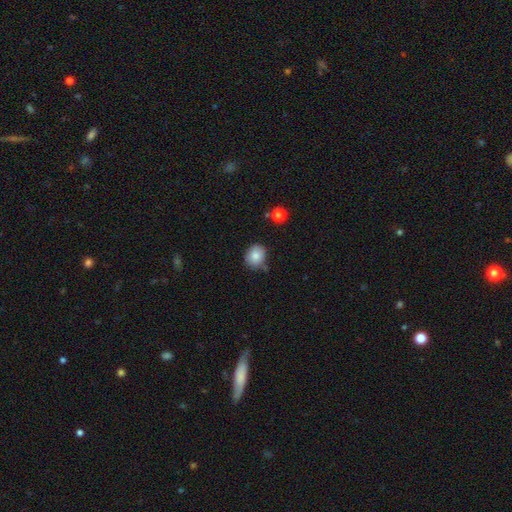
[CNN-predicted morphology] The model was most divided on "how rounded": round: 65%, in between: 34%, cigar-shaped: 1%. More confident: smooth or featured — smooth (83%); merging — none (75%).